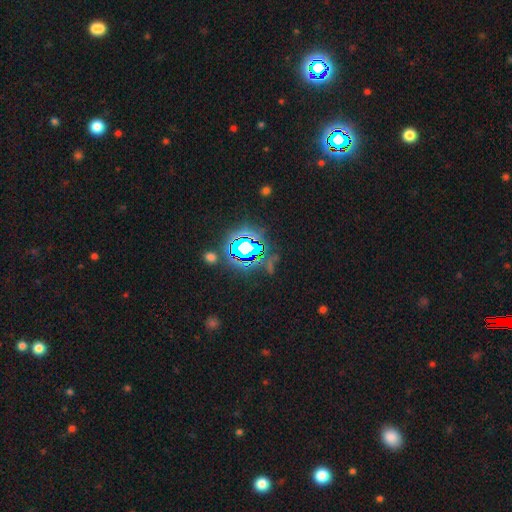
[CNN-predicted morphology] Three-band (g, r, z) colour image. It shows a star or artifact, not a galaxy (77%).